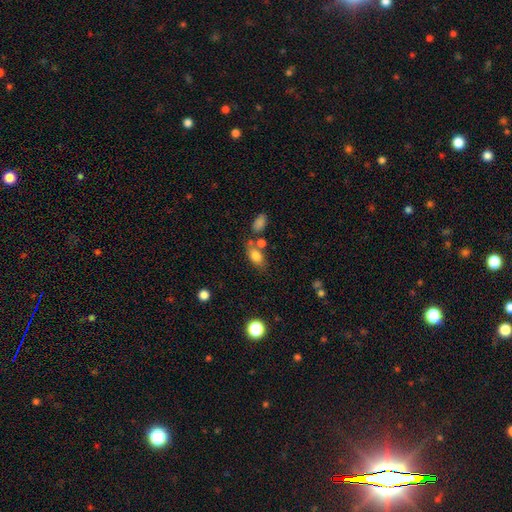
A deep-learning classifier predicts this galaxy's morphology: Smooth or featured: smooth — 78% (featured or disk — 13%)
How rounded: in between — 85% (round — 10%)
Merging: none — 56% (merger — 22%)